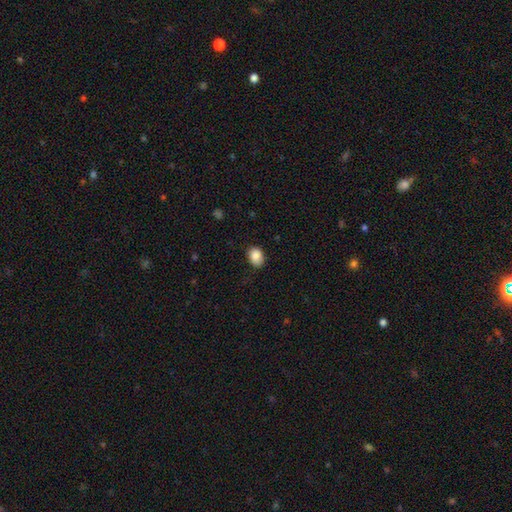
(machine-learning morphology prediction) Smooth or featured?
  - smooth: 87% *
  - star or artifact: 8%
  - featured or disk: 5%
How rounded?
  - in between: 66% *
  - round: 33%
  - cigar-shaped: 1%
Merging?
  - none: 81% *
  - minor disturbance: 15%
  - major disturbance: 3%
  - merger: 1%